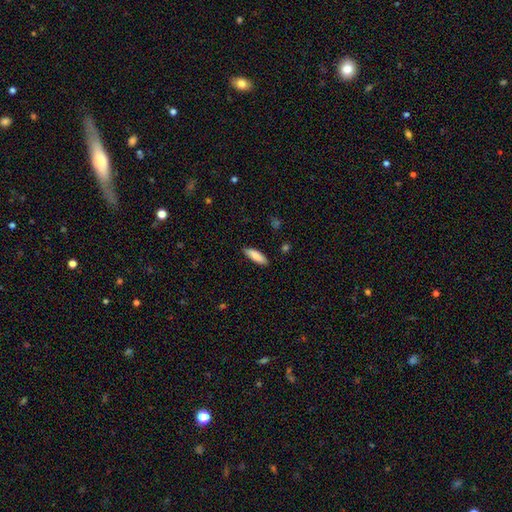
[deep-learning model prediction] Overall: smooth (83%). How rounded: cigar-shaped (49%, tied with in between). Merging: none (88%).